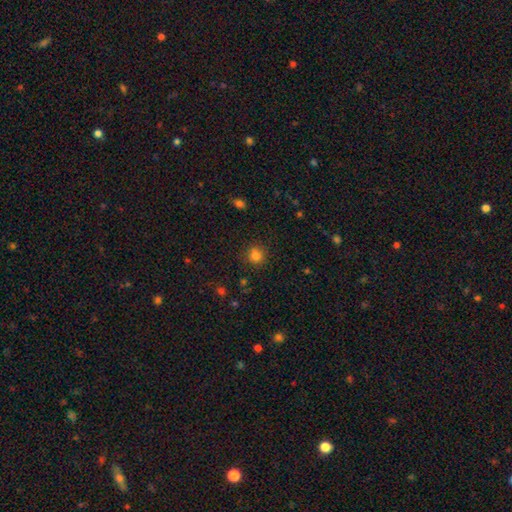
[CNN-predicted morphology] Smooth or featured: smooth — 80% (star or artifact — 14%)
How rounded: round — 86% (in between — 13%)
Merging: none — 81% (minor disturbance — 11%)